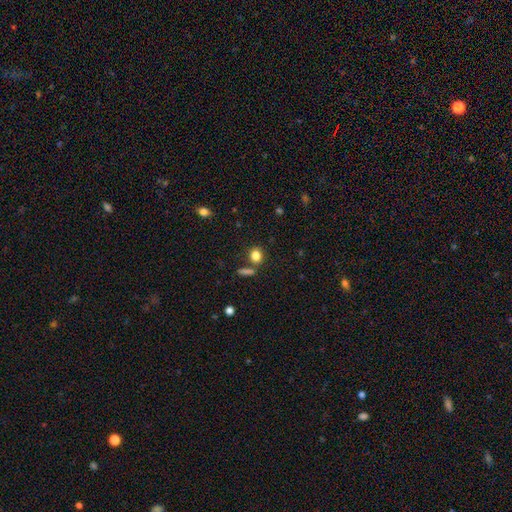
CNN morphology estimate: This is clearly a smooth galaxy (82%). How rounded: likely round (62%). Merging: likely none (73%).